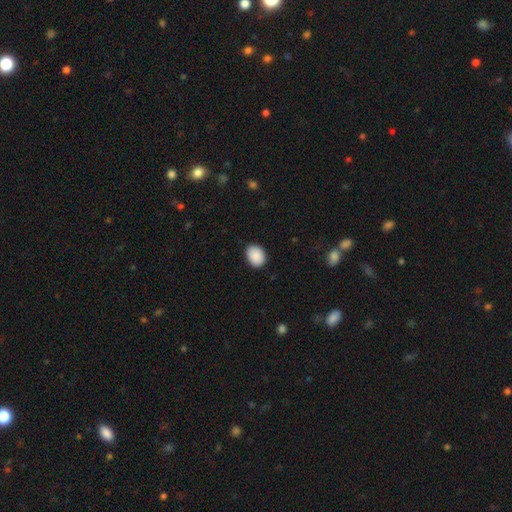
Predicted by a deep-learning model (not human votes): This is clearly a smooth galaxy (90%). How rounded: likely in between (62%). Merging: clearly none (88%).